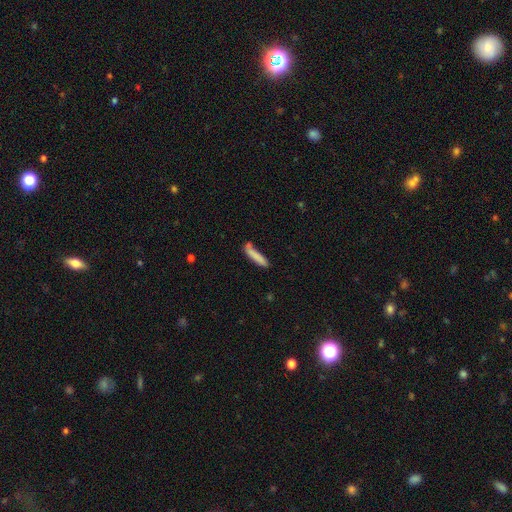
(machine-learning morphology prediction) Smooth or featured?
  - smooth: 80% *
  - featured or disk: 13%
  - star or artifact: 7%
How rounded?
  - cigar-shaped: 85% *
  - in between: 13%
  - round: 1%
Merging?
  - none: 63% *
  - minor disturbance: 21%
  - merger: 10%
  - major disturbance: 7%